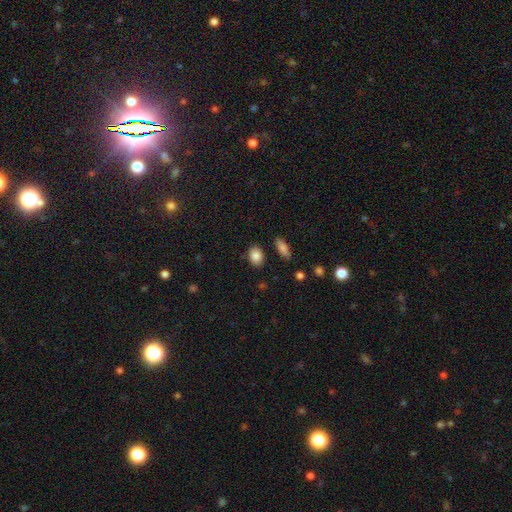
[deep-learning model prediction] Smooth or featured? smooth (86%)
How rounded? in between (73%)
Merging? none (85%)